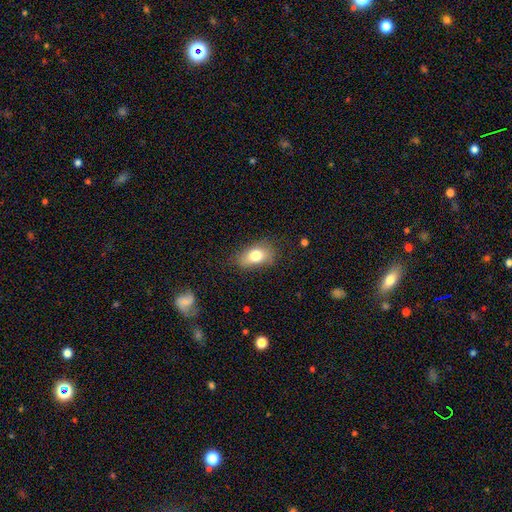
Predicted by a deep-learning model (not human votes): A smooth galaxy with no disk features (78%) that is in between round and cigar-shaped (87%).

Vote fractions:
- Smooth or featured? smooth: 78% / featured or disk: 14% / star or artifact: 8%
- How rounded? in between: 87% / round: 10% / cigar-shaped: 3%
- Merging? none: 71% / minor disturbance: 21% / major disturbance: 6% / merger: 2%